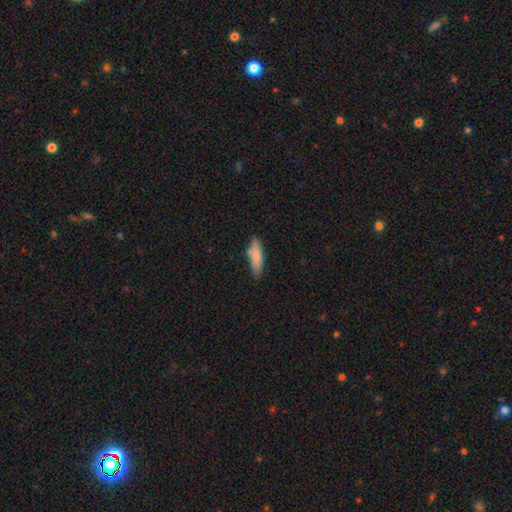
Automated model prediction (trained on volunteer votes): Smooth or featured: smooth — 80% (featured or disk — 14%)
How rounded: cigar-shaped — 60% (in between — 38%)
Merging: none — 73% (minor disturbance — 18%)